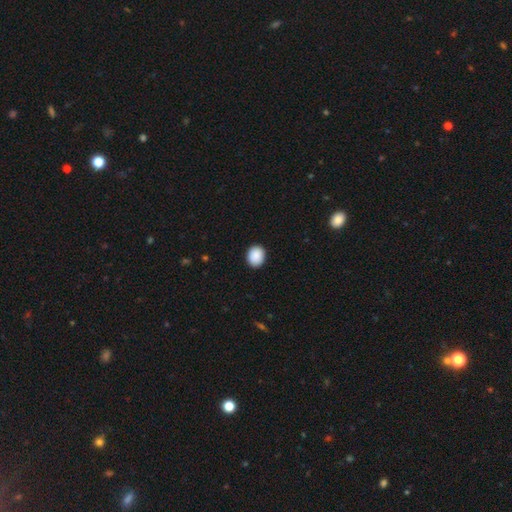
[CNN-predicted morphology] Q: Smooth or featured?
A: smooth (90%); runner-up: star or artifact (7%)
Q: How rounded?
A: round (55%); runner-up: in between (44%)
Q: Merging?
A: none (90%); runner-up: minor disturbance (7%)